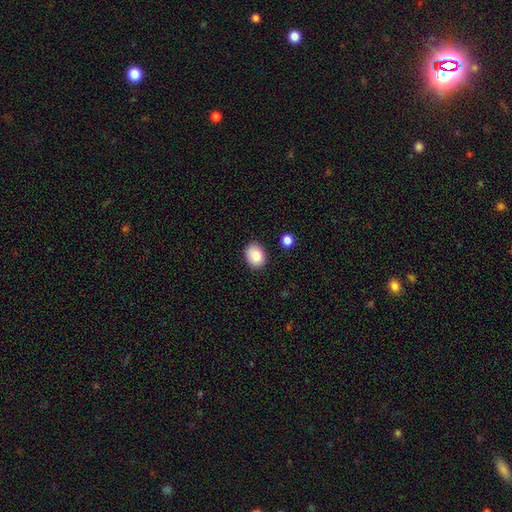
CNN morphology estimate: smooth-or-featured: smooth: 87% | star or artifact: 8% | featured or disk: 5%
  how-rounded: in between: 62% | round: 37% | cigar-shaped: 1%
  merging: none: 85% | minor disturbance: 10% | merger: 2% | major disturbance: 2%